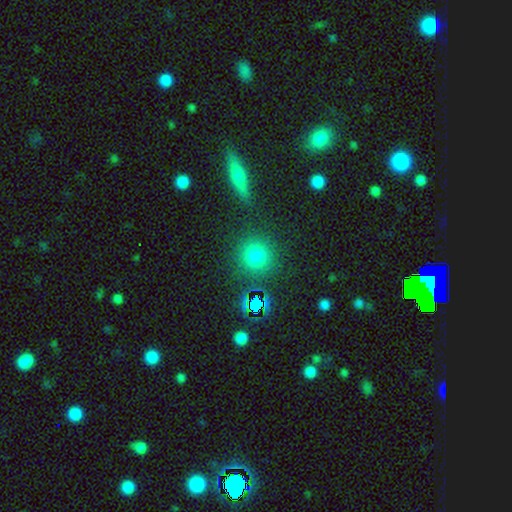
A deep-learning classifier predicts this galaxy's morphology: This is likely a smooth galaxy (71%). How rounded: clearly round (92%). Merging: clearly none (83%).